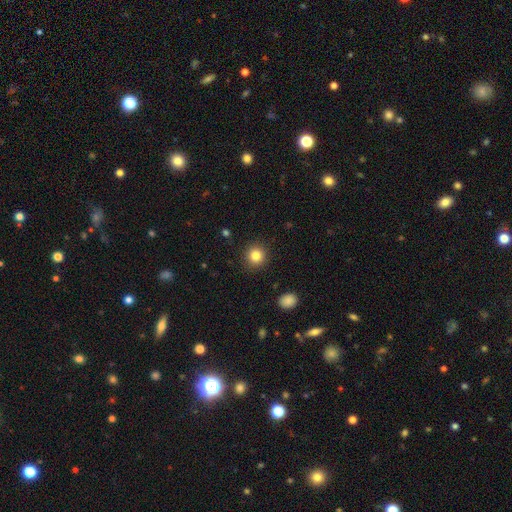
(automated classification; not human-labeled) This appears to be a smooth galaxy with no disk features (83%) that is round (92%). Merging: none (90%).